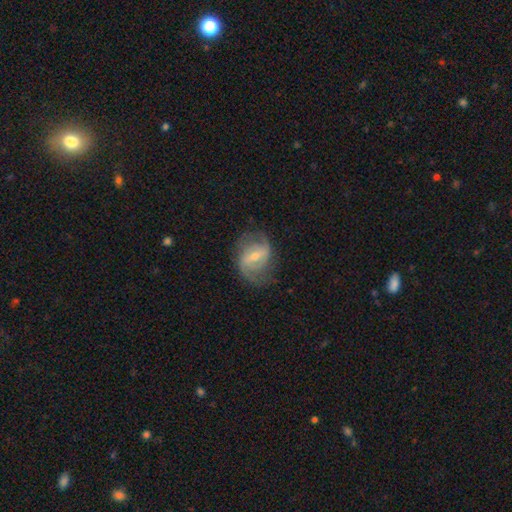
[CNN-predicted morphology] This appears to be a featured or disk galaxy (80%) with a weak bar (48%), 2 (72%) medium (46%) spiral arms (91%) and a small central bulge (52%). Merging: none (68%).